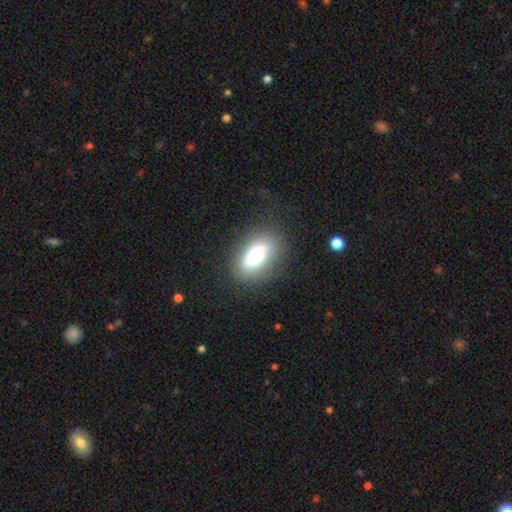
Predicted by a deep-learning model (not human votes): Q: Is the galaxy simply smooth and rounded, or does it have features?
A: smooth — 70%.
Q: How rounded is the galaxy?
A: in between — 85%.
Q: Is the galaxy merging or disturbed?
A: none — 76%.